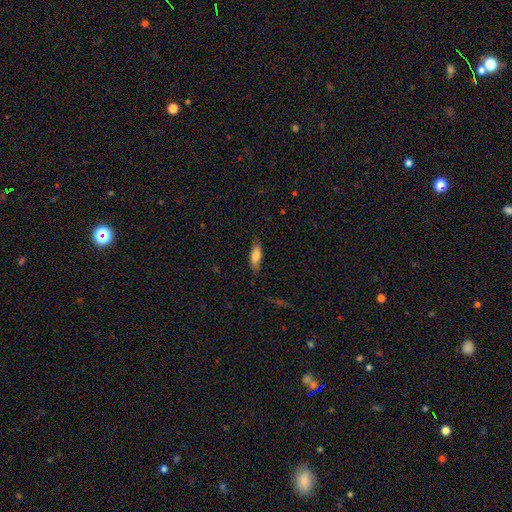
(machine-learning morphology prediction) Smooth or featured?
  - smooth: 75% *
  - featured or disk: 19%
  - star or artifact: 7%
How rounded?
  - in between: 55% *
  - cigar-shaped: 43%
  - round: 2%
Merging?
  - none: 80% *
  - minor disturbance: 15%
  - major disturbance: 3%
  - merger: 1%